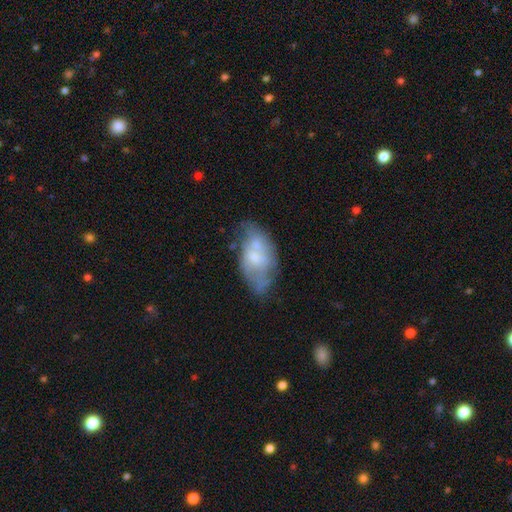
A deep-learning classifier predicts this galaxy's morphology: A featured or disk galaxy (54%). Merging: none (42%).